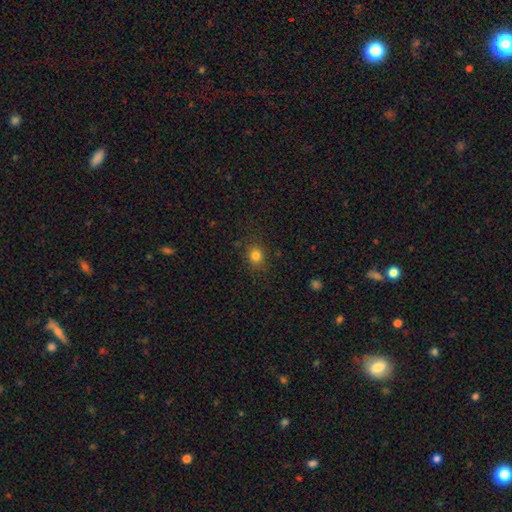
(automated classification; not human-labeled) Morphology: type=smooth (81%); roundness=round (70%); merging=none (85%).